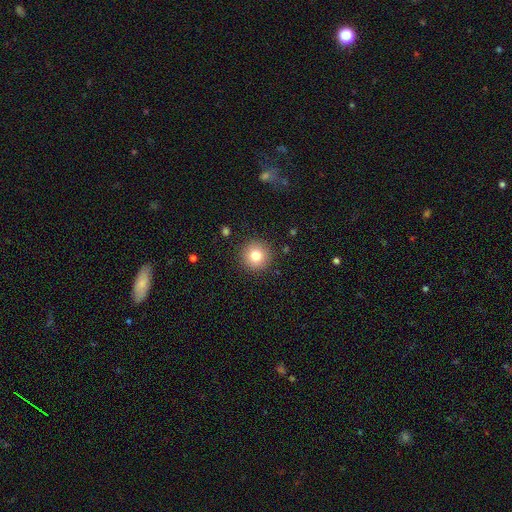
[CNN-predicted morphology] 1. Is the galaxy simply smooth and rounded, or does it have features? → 80% smooth, 11% star or artifact, 10% featured or disk.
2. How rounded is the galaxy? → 95% round, 4% in between, 1% cigar-shaped.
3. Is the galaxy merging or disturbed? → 90% none, 6% minor disturbance, 2% major disturbance, 1% merger.